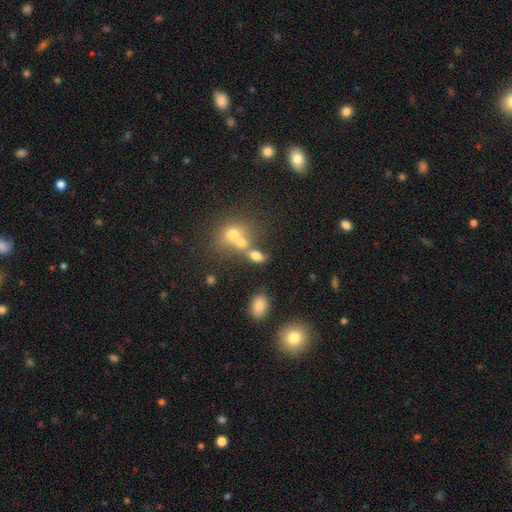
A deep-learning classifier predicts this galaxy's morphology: A smooth galaxy with no disk features (69%) that is in between round and cigar-shaped (74%). Merging: merger (46%).